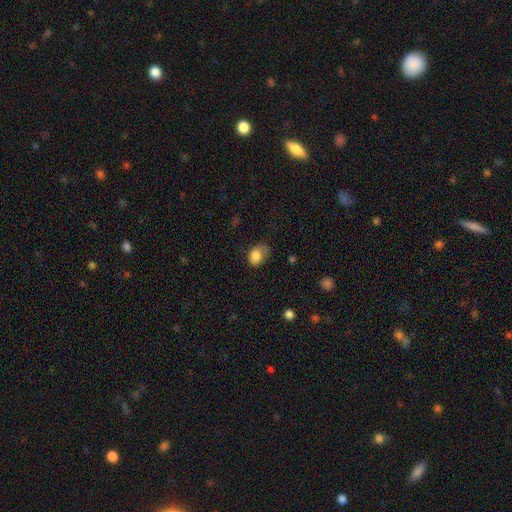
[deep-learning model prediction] smooth-or-featured: smooth: 82% | featured or disk: 10% | star or artifact: 8%
  how-rounded: in between: 65% | round: 34% | cigar-shaped: 1%
  merging: none: 44% | minor disturbance: 37% | major disturbance: 17% | merger: 2%